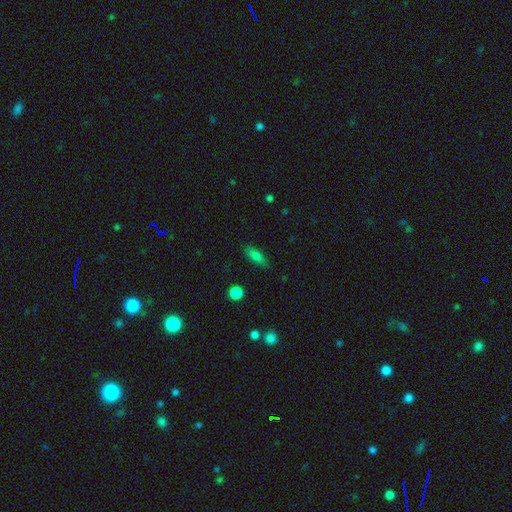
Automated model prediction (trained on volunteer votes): smooth-or-featured: smooth: 78% | featured or disk: 12% | star or artifact: 10%
  how-rounded: in between: 68% | cigar-shaped: 29% | round: 4%
  merging: none: 83% | minor disturbance: 13% | major disturbance: 3% | merger: 1%